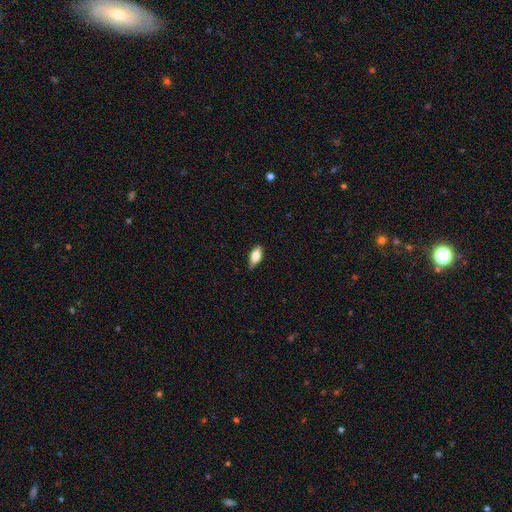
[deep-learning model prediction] Smooth or featured? Predicted: smooth (p=0.74). How rounded? Predicted: in between (p=0.85). Merging? Predicted: none (p=0.79).